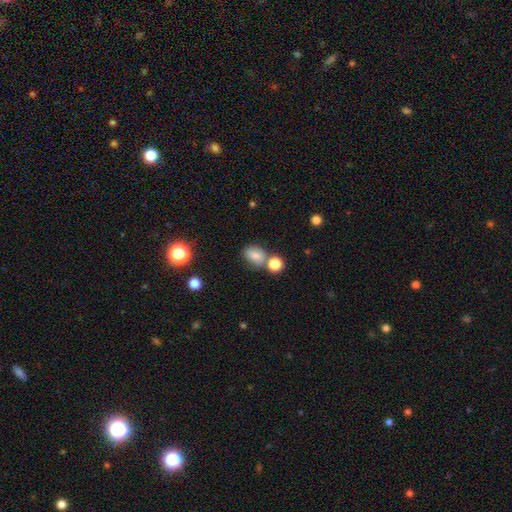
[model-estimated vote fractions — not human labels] Smooth or featured? smooth (74%)
How rounded? in between (54%)
Merging? none (57%)